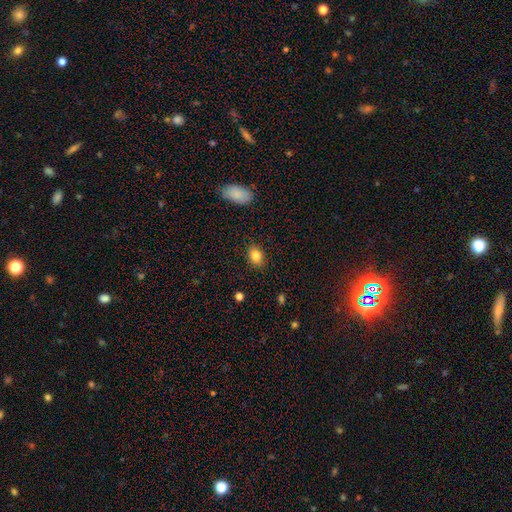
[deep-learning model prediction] Smooth or featured? smooth (85%)
How rounded? in between (72%)
Merging? none (86%)